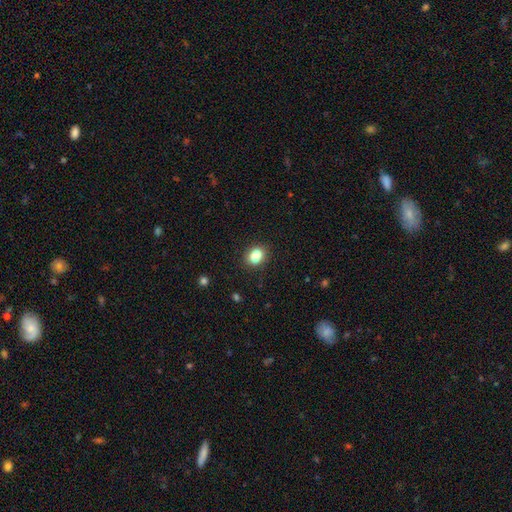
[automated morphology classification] smooth-or-featured: smooth: 85% | star or artifact: 10% | featured or disk: 5%
  how-rounded: round: 50% | in between: 49% | cigar-shaped: 1%
  merging: none: 89% | minor disturbance: 8% | major disturbance: 2% | merger: 1%